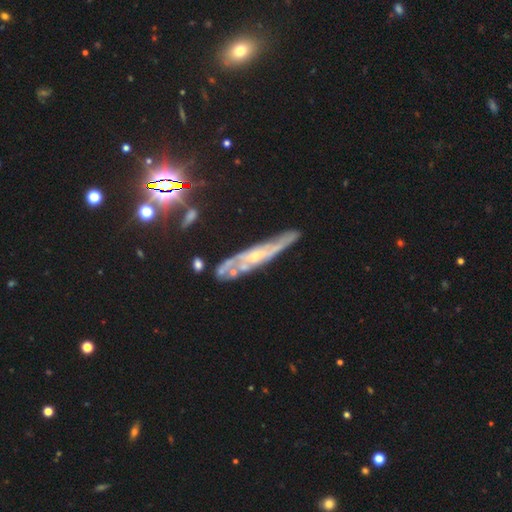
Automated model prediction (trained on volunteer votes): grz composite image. It shows a featured or disk galaxy (76%) with not edge-on (50%, tied with yes). Merging: none (64%).